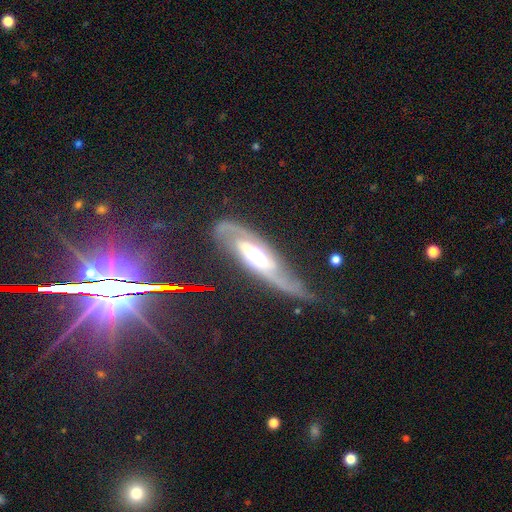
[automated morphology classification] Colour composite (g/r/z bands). It shows a featured or disk galaxy (82%) with no bar (53%), 2 (79%) medium (40%) spiral arms (85%) and a moderate central bulge (53%). Merging: none (58%).